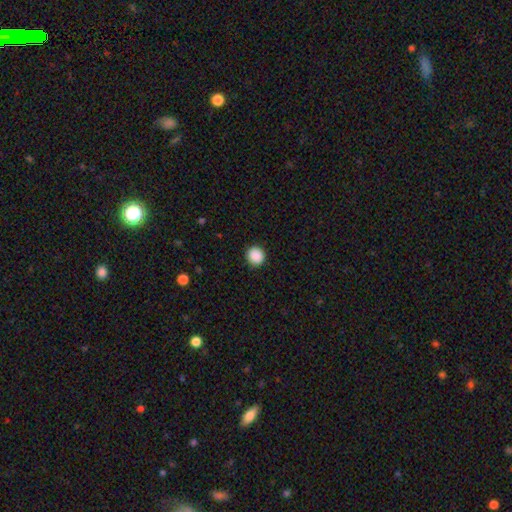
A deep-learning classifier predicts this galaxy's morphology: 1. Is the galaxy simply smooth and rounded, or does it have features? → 89% smooth, 9% star or artifact, 2% featured or disk.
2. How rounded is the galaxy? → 92% round, 8% in between, 1% cigar-shaped.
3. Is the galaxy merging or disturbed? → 91% none, 6% minor disturbance, 2% major disturbance, 1% merger.